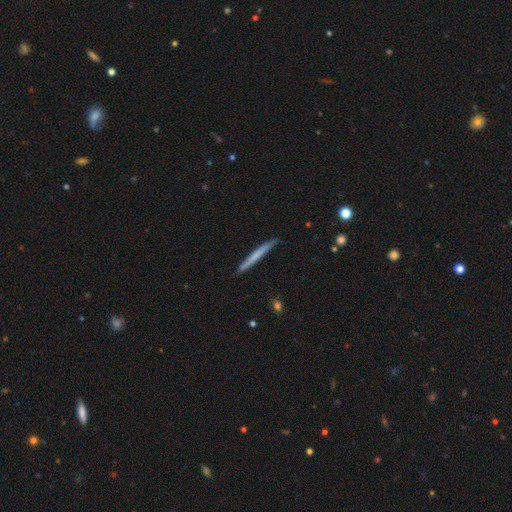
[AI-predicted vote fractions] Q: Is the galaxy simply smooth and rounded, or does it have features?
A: smooth — 56%.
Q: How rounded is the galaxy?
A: cigar-shaped — 97%.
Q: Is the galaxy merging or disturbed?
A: none — 90%.